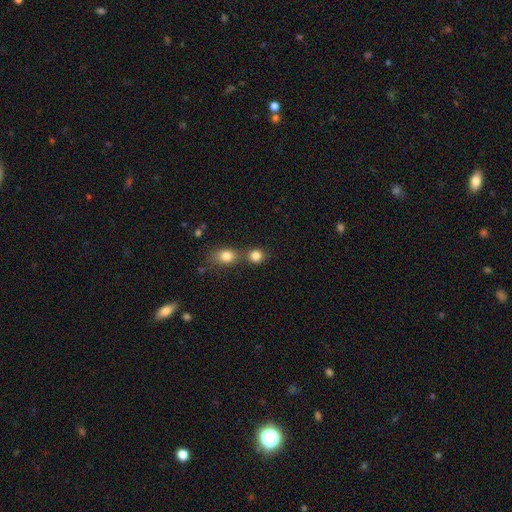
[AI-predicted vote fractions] Smooth or featured?
  - smooth: 84% *
  - star or artifact: 11%
  - featured or disk: 6%
How rounded?
  - round: 80% *
  - in between: 18%
  - cigar-shaped: 1%
Merging?
  - none: 53% *
  - merger: 36%
  - minor disturbance: 8%
  - major disturbance: 3%